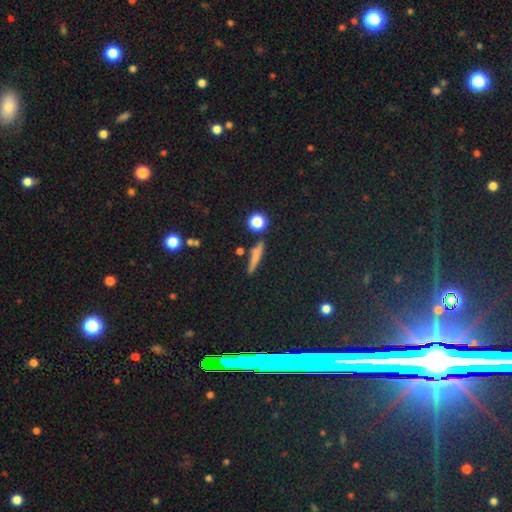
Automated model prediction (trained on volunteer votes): smooth-or-featured: smooth: 65% | featured or disk: 21% | star or artifact: 15%
  how-rounded: cigar-shaped: 81% | in between: 11% | round: 8%
  merging: none: 79% | minor disturbance: 12% | merger: 6% | major disturbance: 4%